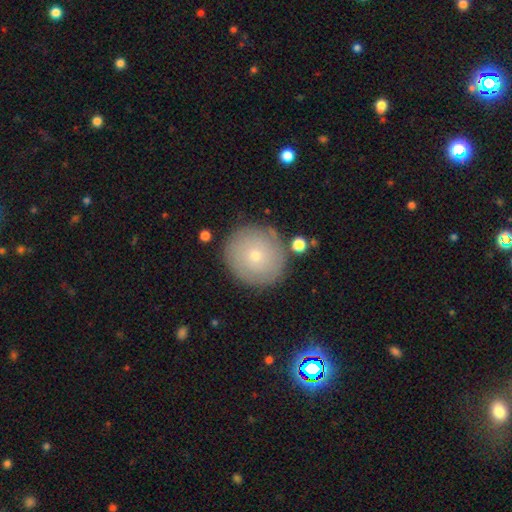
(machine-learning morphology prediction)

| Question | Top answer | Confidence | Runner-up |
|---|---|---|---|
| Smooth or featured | smooth | 57% | featured or disk (35%) |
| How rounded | round | 91% | in between (8%) |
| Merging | none | 83% | minor disturbance (11%) |